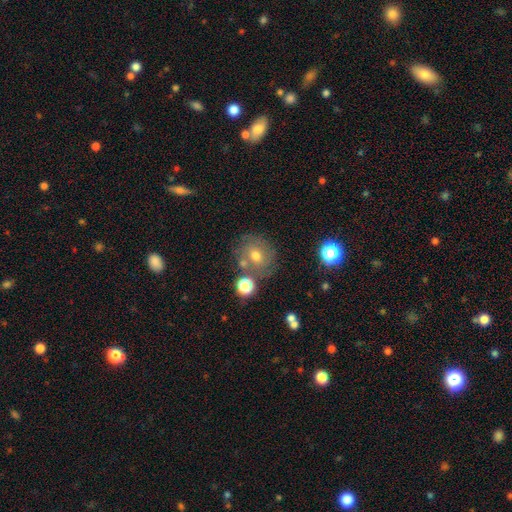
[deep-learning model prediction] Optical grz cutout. It shows a smooth galaxy with no disk features (49%). Merging: none (68%).